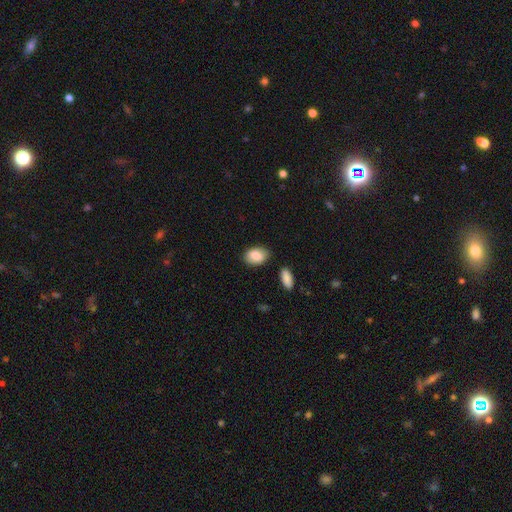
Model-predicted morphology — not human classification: This is clearly a smooth galaxy (84%). How rounded: clearly in between (86%). Merging: clearly none (81%).